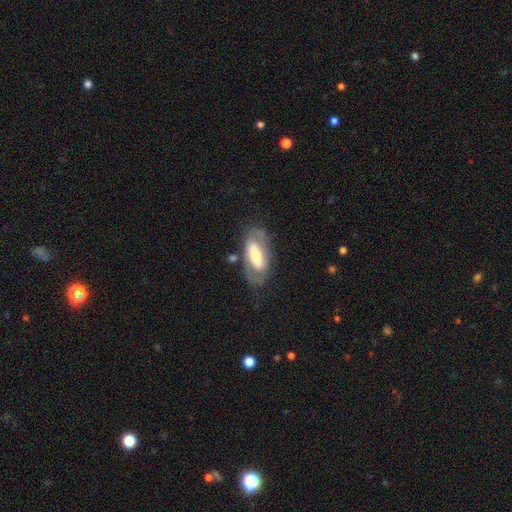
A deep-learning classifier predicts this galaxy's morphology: A featured or disk galaxy (61%) with a strong bar (43%), spiral arms (62%) and a moderate central bulge (44%). Merging: none (59%).